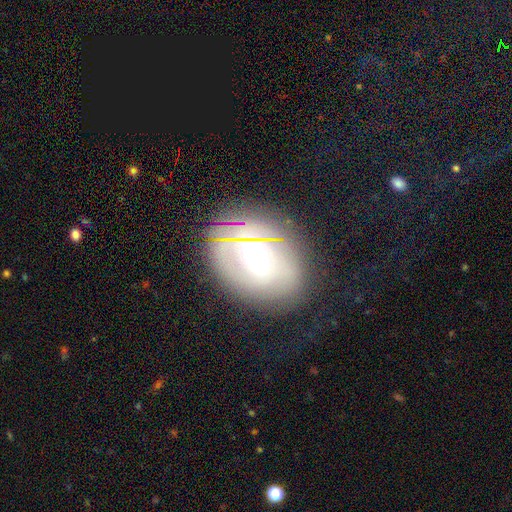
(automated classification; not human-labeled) Q: Smooth or featured?
A: featured or disk (60%); runner-up: smooth (25%)
Q: Edge-on disk?
A: no (84%); runner-up: yes (16%)
Q: Bar?
A: no (36%); runner-up: weak (35%)
Q: Spiral arms?
A: no (54%); runner-up: yes (46%)
Q: Bulge size?
A: moderate (56%); runner-up: large (26%)
Q: Merging?
A: none (70%); runner-up: minor disturbance (18%)